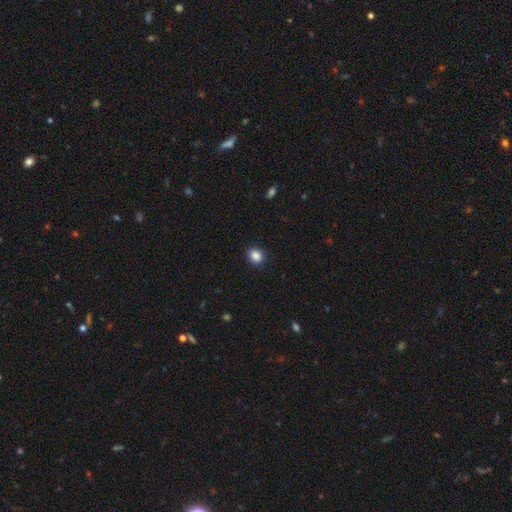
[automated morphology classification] This is clearly a smooth galaxy (87%). How rounded: likely round (69%). Merging: clearly none (89%).